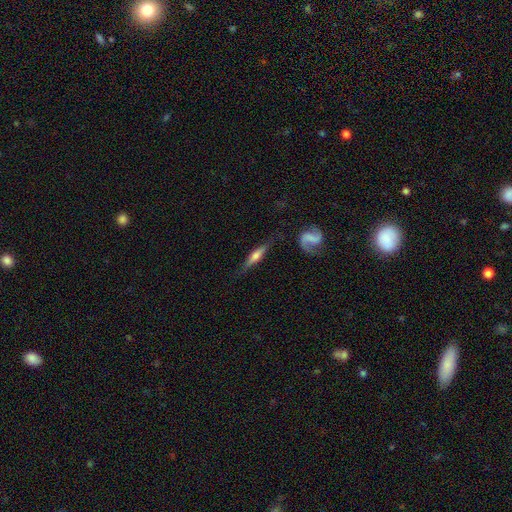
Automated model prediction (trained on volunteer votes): Smooth or featured? Predicted: featured or disk (p=0.64). Edge-on disk? Predicted: yes (p=0.87). Edge-on bulge? Predicted: rounded (p=0.77). Merging? Predicted: none (p=0.71).